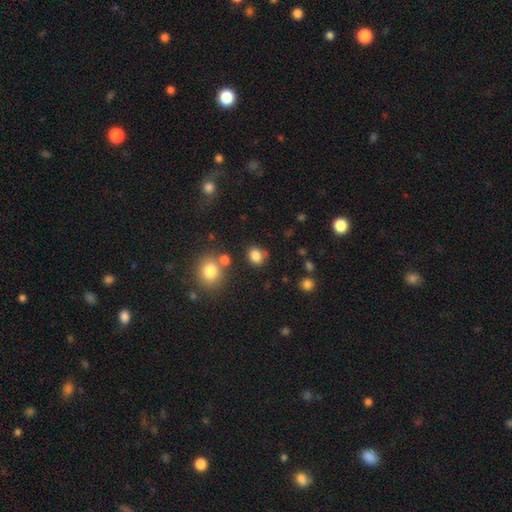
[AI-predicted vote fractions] smooth-or-featured: smooth: 83% | star or artifact: 12% | featured or disk: 5%
  how-rounded: round: 67% | in between: 32% | cigar-shaped: 1%
  merging: none: 73% | minor disturbance: 14% | merger: 8% | major disturbance: 5%